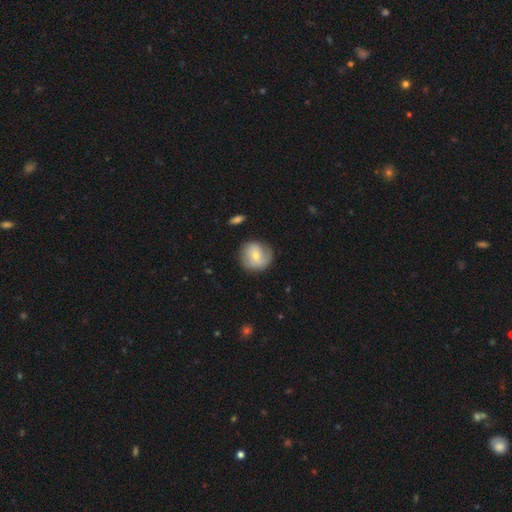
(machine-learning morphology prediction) This is possibly a smooth galaxy (58%). How rounded: clearly round (91%). Merging: likely none (78%).